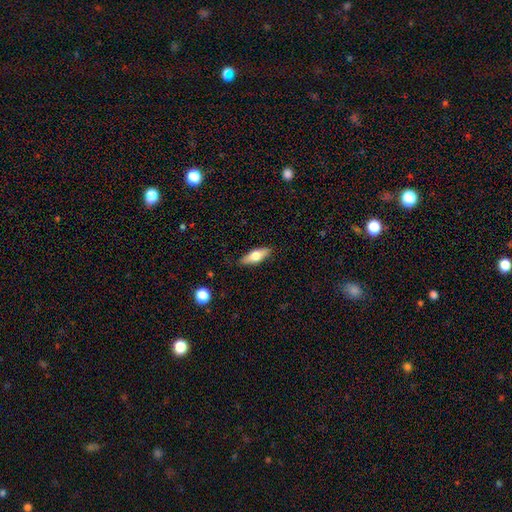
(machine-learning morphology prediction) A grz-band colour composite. It shows a smooth galaxy with no disk features (59%) that is in between round and cigar-shaped (64%). Merging: none (85%).